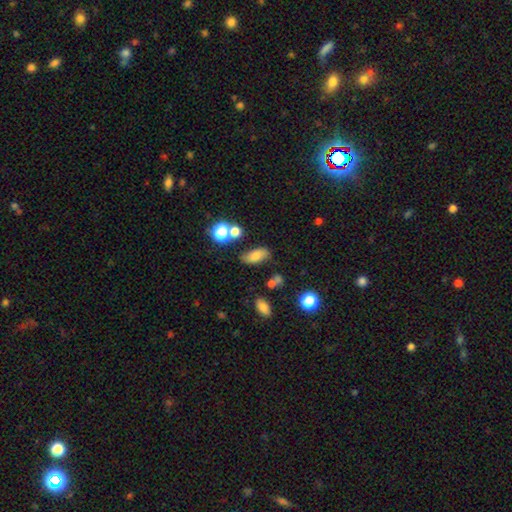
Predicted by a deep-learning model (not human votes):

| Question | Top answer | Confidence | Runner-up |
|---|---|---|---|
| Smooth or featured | smooth | 70% | featured or disk (17%) |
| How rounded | in between | 83% | cigar-shaped (9%) |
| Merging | none | 66% | minor disturbance (19%) |